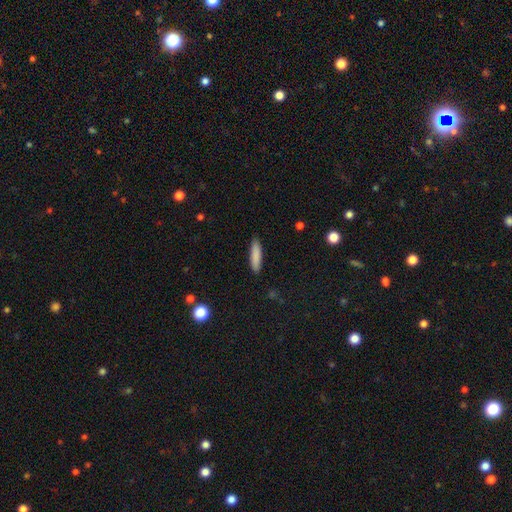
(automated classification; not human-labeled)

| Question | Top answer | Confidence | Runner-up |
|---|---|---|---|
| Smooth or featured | smooth | 86% | featured or disk (7%) |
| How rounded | cigar-shaped | 76% | in between (22%) |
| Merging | none | 89% | minor disturbance (8%) |